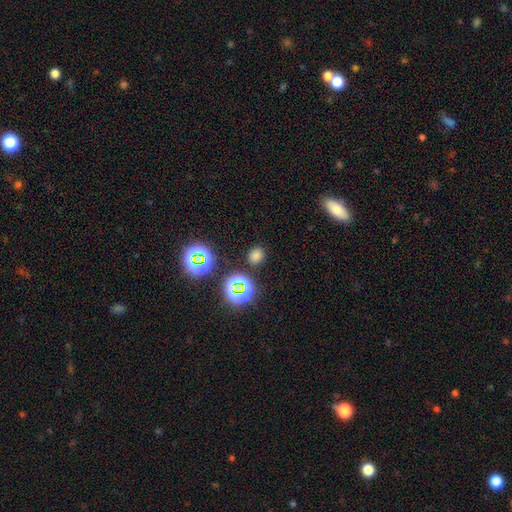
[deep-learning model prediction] Smooth or featured? smooth (69%)
How rounded? round (73%)
Merging? none (85%)